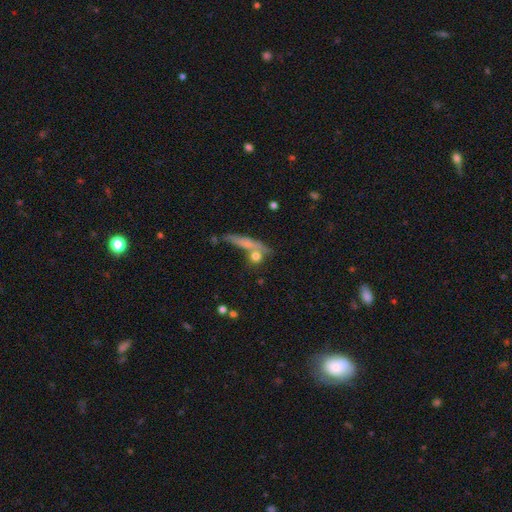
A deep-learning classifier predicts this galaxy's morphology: Smooth or featured?
  - smooth: 69% *
  - featured or disk: 21%
  - star or artifact: 10%
How rounded?
  - round: 54% *
  - cigar-shaped: 29%
  - in between: 18%
Merging?
  - none: 56% *
  - merger: 23%
  - minor disturbance: 14%
  - major disturbance: 7%